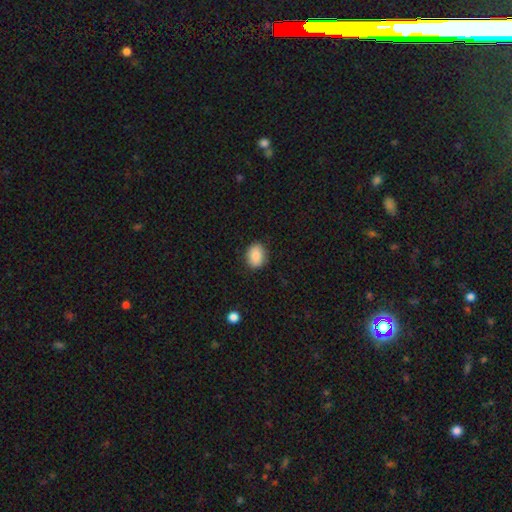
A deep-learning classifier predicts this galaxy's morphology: Smooth or featured? Predicted: smooth (p=0.87). How rounded? Predicted: in between (p=0.55). Merging? Predicted: none (p=0.86).